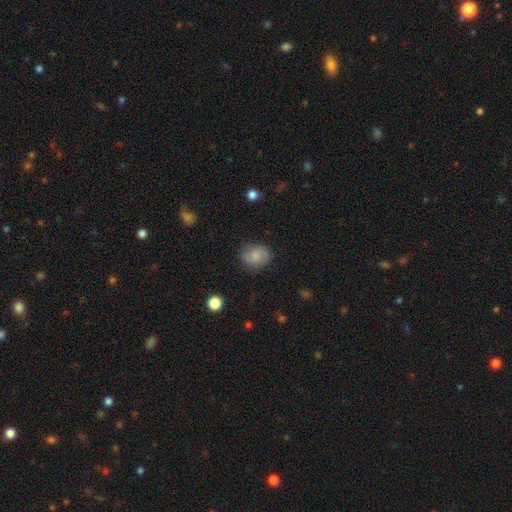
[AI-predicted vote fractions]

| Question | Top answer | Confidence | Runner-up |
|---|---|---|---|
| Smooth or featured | smooth | 62% | featured or disk (29%) |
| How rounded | round | 55% | in between (44%) |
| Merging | none | 79% | minor disturbance (15%) |